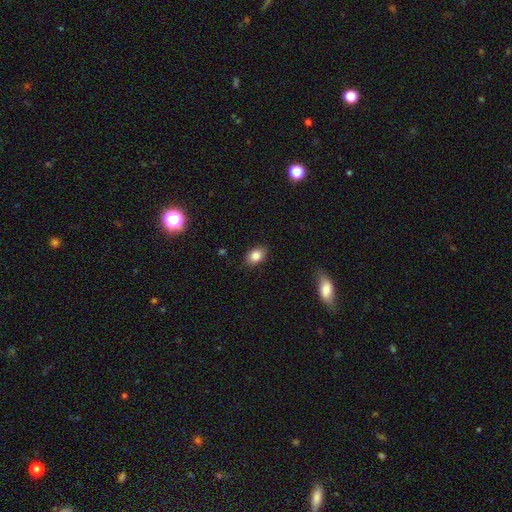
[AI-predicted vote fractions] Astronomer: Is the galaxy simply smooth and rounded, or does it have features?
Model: smooth — 84%.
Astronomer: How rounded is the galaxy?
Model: in between — 77%.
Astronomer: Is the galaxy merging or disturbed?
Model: none — 84%.